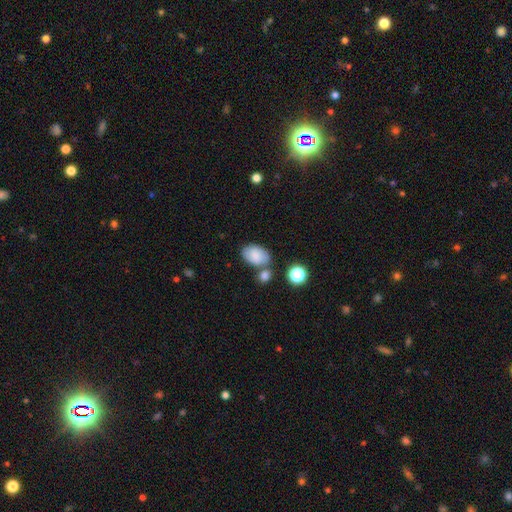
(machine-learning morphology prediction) Q: Smooth or featured?
A: smooth (81%); runner-up: featured or disk (10%)
Q: How rounded?
A: in between (89%); runner-up: round (10%)
Q: Merging?
A: none (58%); runner-up: merger (21%)